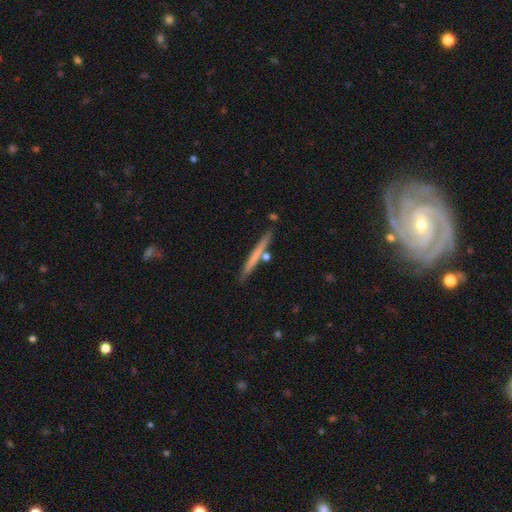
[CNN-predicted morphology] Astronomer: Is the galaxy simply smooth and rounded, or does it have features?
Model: smooth — 56% (runner-up: featured or disk, 38%).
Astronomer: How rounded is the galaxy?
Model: cigar-shaped — 97%.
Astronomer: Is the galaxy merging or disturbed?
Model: none — 84%.